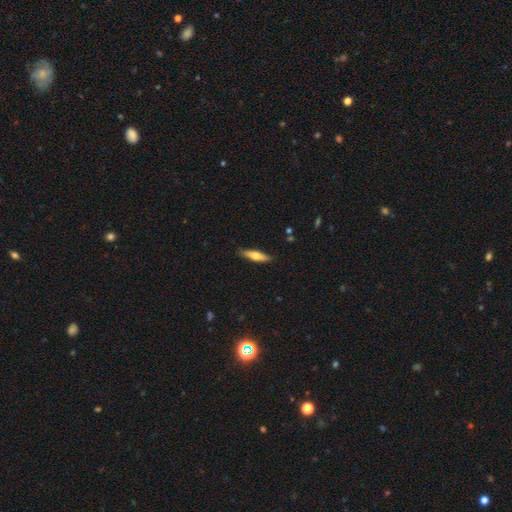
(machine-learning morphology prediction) type=smooth (54%); roundness=cigar-shaped (72%); merging=none (87%).